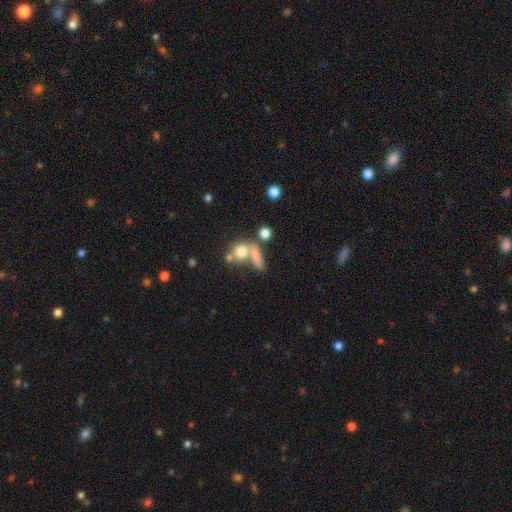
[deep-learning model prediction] smooth-or-featured: smooth: 70% | featured or disk: 17% | star or artifact: 12%
  how-rounded: round: 43% | in between: 30% | cigar-shaped: 27%
  merging: none: 41% | merger: 36% | minor disturbance: 12% | major disturbance: 11%